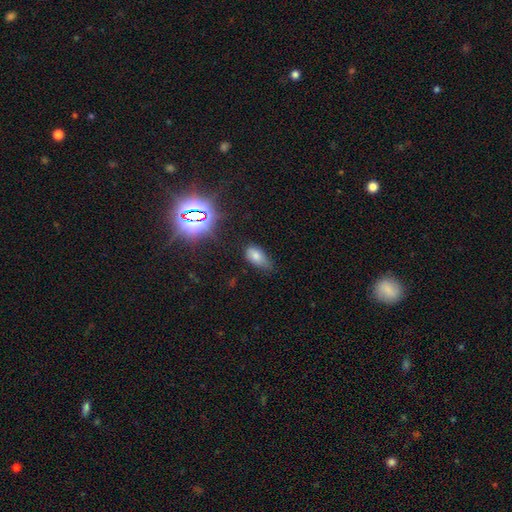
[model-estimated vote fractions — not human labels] This appears to be a smooth galaxy with no disk features (71%) that is in between round and cigar-shaped (91%). Merging: none (54%).